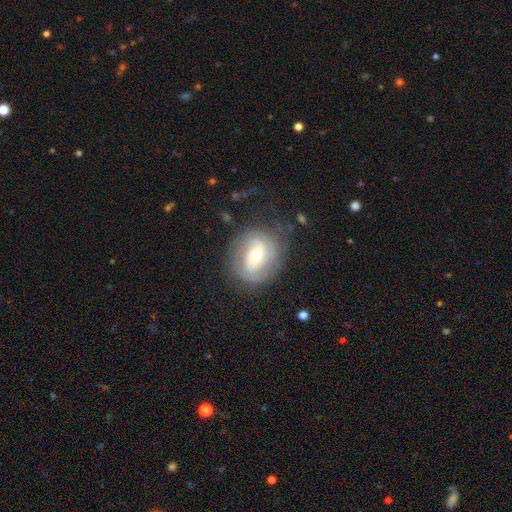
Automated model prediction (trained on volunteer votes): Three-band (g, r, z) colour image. It shows a featured or disk galaxy (69%) with a weak bar (42%), 2 (59%) tight (51%) spiral arms (78%) and a moderate central bulge (63%). Merging: none (70%).